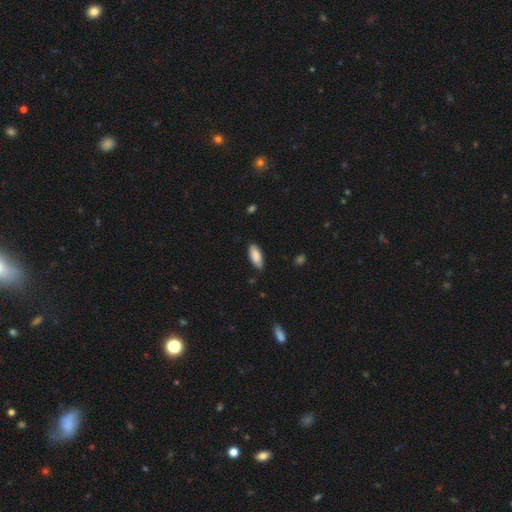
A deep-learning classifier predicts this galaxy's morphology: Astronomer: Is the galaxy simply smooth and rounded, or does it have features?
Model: smooth — 88%.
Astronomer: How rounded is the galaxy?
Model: in between — 81%.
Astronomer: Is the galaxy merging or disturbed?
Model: none — 83%.